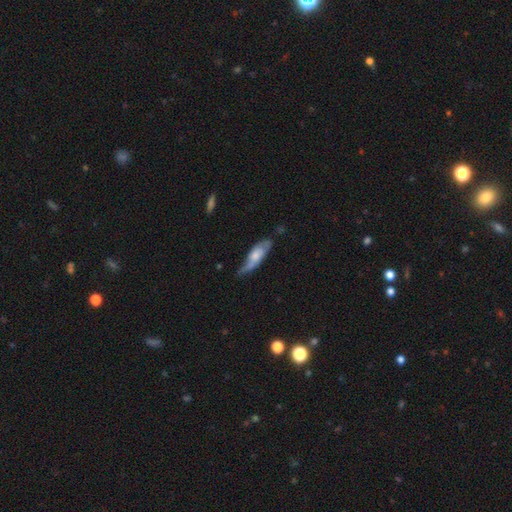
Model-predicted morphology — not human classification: This appears to be a featured or disk galaxy (48%). Merging: none (53%).